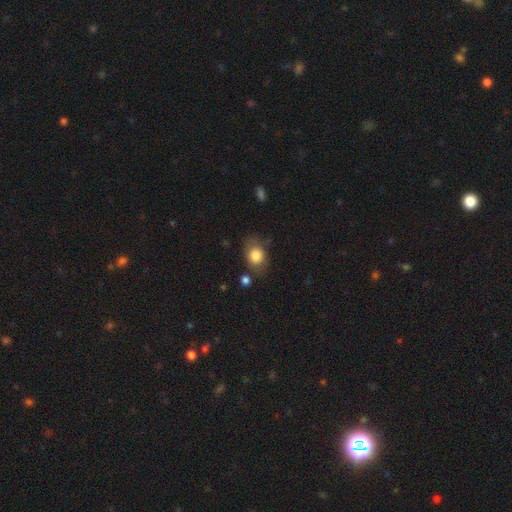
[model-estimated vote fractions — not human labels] Q: Smooth or featured?
A: smooth (80%); runner-up: featured or disk (12%)
Q: How rounded?
A: in between (62%); runner-up: round (37%)
Q: Merging?
A: none (64%); runner-up: minor disturbance (22%)